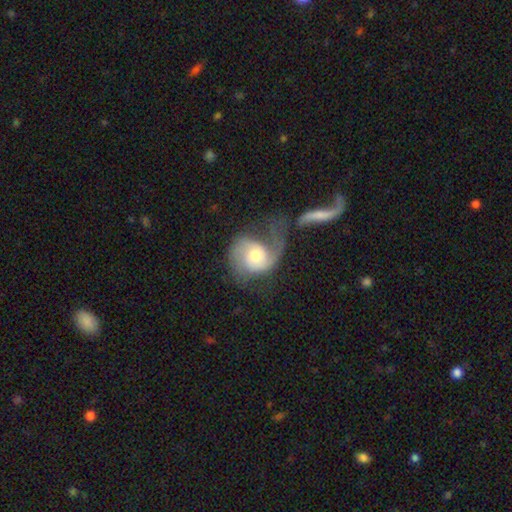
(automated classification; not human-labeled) Smooth or featured?
  - featured or disk: 74% *
  - smooth: 20%
  - star or artifact: 6%
Edge-on disk?
  - no: 97% *
  - yes: 3%
Bar?
  - no: 69% *
  - weak: 26%
  - strong: 5%
Spiral arms?
  - yes: 92% *
  - no: 8%
Spiral winding?
  - medium: 41% *
  - loose: 37%
  - tight: 22%
Spiral arm count?
  - 2: 66% *
  - 1: 22%
  - can't tell: 7%
  - 3: 2%
  - 4: 1%
  - more than 4: 1%
Bulge size?
  - moderate: 66% *
  - small: 19%
  - large: 11%
  - none: 2%
  - dominant: 2%
Merging?
  - major disturbance: 37% *
  - none: 31%
  - minor disturbance: 19%
  - merger: 12%